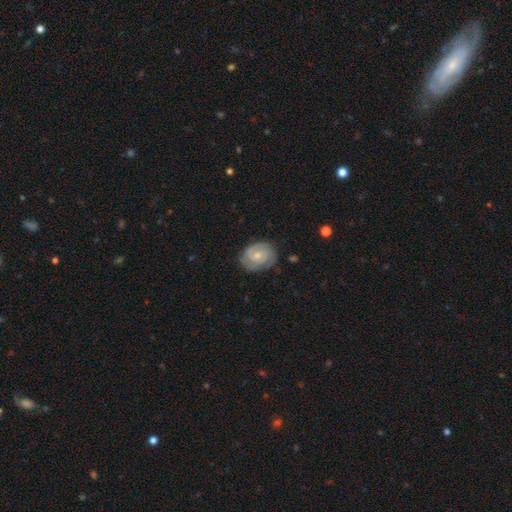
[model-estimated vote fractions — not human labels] This appears to be a featured or disk galaxy (69%) with no bar (62%), 2 (59%) tight (60%) spiral arms (91%) and a small central bulge (52%). Merging: none (75%).